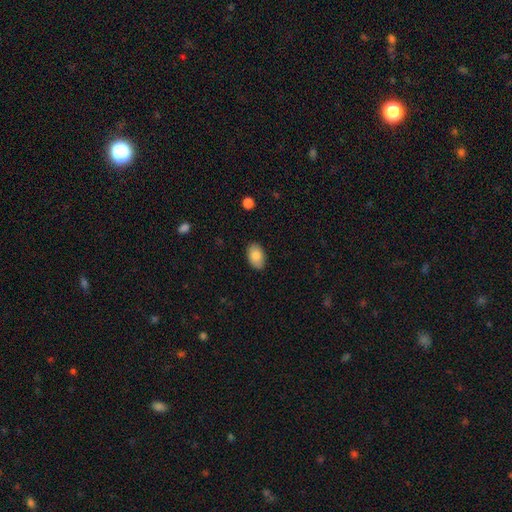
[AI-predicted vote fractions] Overall: smooth (84%). How rounded: in between (91%). Merging: none (87%).